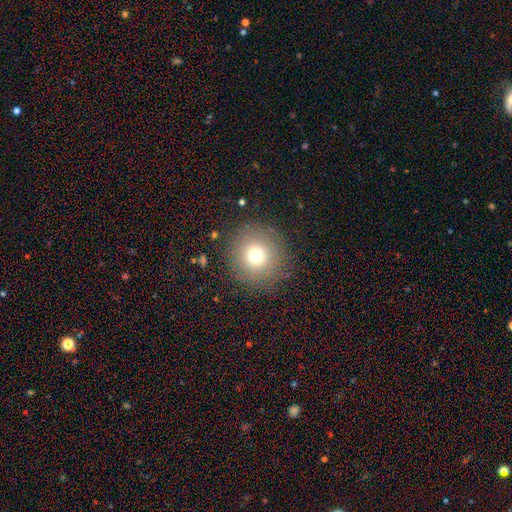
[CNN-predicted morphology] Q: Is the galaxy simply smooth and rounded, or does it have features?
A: smooth — 72%.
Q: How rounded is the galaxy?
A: round — 95%.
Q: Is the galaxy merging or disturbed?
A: none — 87%.